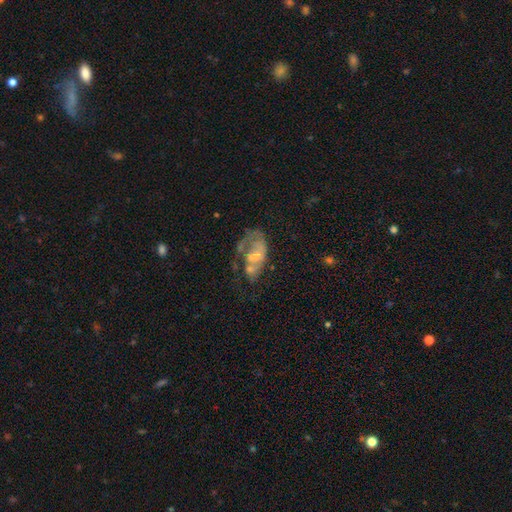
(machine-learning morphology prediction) featured or disk 58%, smooth 32%, star or artifact 10%. Down the decision tree: edge-on disk — no (97%); bar — no (75%); spiral arms — no (69%); bulge size — none (32%); merging — major disturbance (38%).